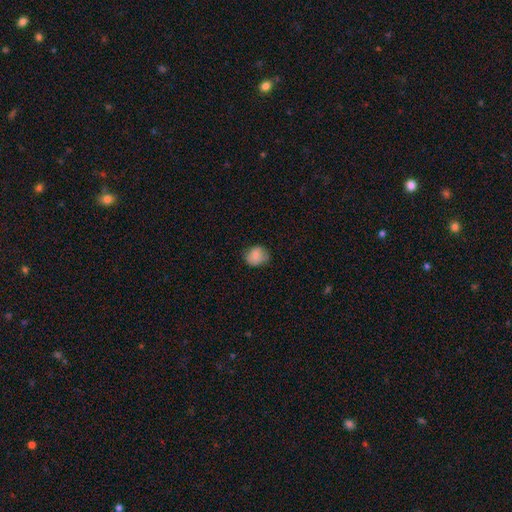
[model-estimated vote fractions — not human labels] Morphology: type=smooth (82%); roundness=round (66%); merging=none (68%).